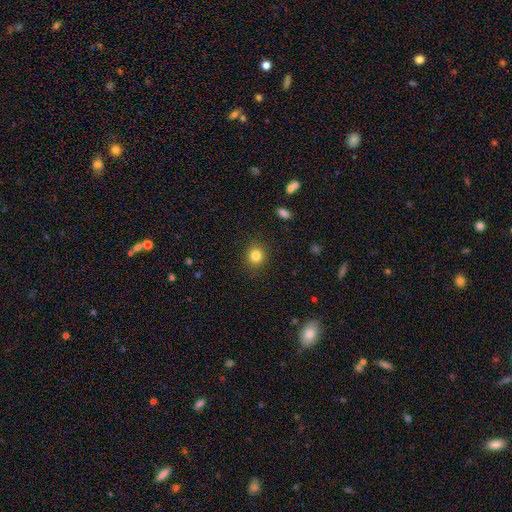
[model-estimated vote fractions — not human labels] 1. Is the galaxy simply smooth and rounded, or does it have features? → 82% smooth, 12% star or artifact, 6% featured or disk.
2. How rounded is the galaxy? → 85% round, 14% in between, 1% cigar-shaped.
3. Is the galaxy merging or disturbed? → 90% none, 7% minor disturbance, 2% major disturbance, 1% merger.